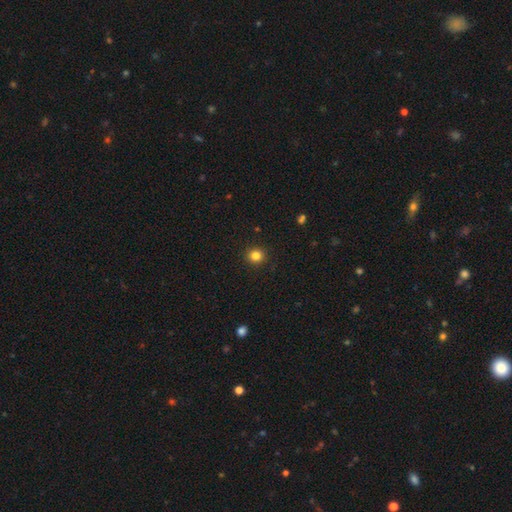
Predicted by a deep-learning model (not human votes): smooth 83%, star or artifact 13%, featured or disk 5%. Down the decision tree: how rounded — round (92%); merging — none (92%).